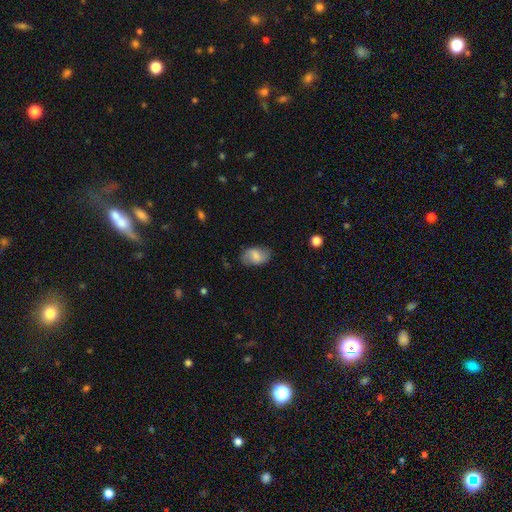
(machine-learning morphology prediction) smooth 59%, featured or disk 33%, star or artifact 8%. Down the decision tree: how rounded — in between (90%); merging — none (78%).